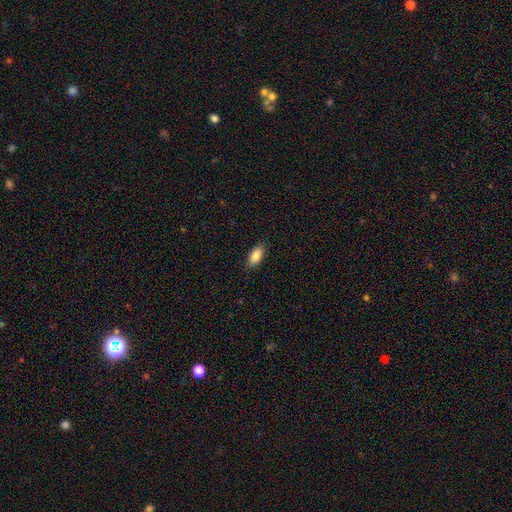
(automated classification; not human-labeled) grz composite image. It shows a smooth galaxy with no disk features (87%) that is in between round and cigar-shaped (86%). Merging: none (87%).